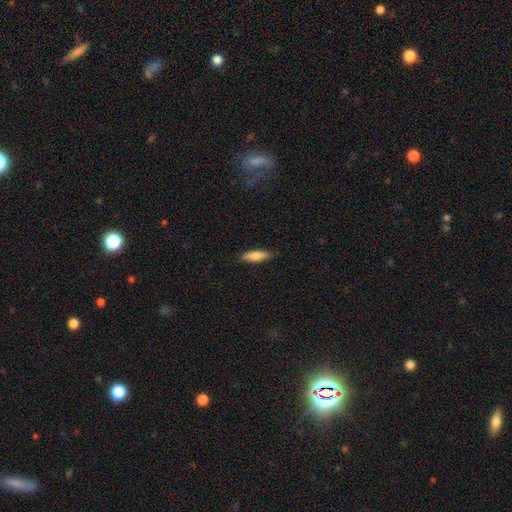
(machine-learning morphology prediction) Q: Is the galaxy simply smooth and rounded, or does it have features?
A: smooth — 79%.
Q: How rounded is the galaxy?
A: cigar-shaped — 57%.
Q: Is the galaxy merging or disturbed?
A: none — 86%.